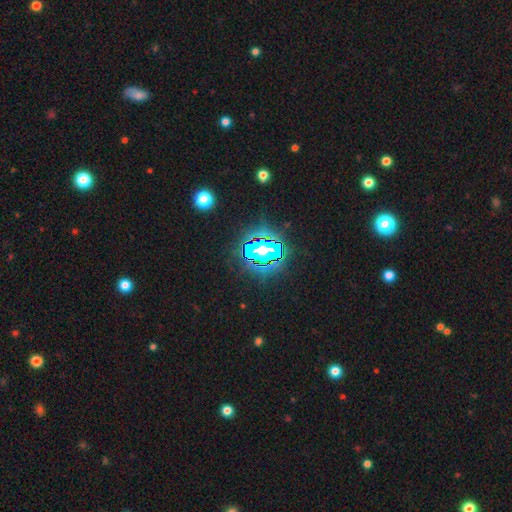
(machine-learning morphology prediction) star or artifact 77%, smooth 13%, featured or disk 10%.